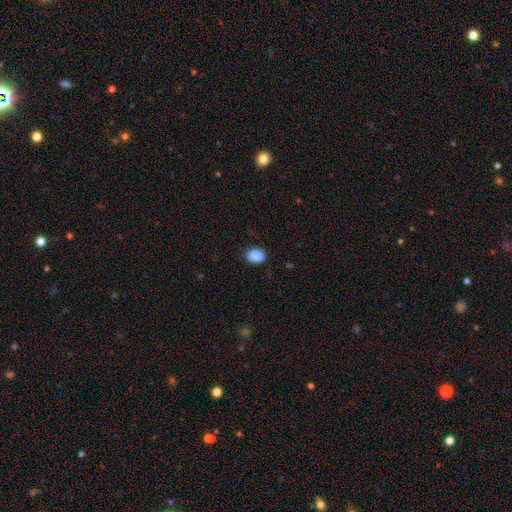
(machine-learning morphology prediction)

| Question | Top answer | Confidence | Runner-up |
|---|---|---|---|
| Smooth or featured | smooth | 89% | star or artifact (8%) |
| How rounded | in between | 68% | round (31%) |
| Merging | none | 85% | minor disturbance (11%) |